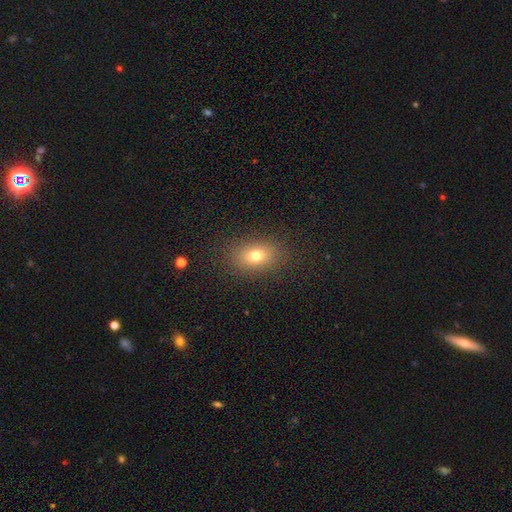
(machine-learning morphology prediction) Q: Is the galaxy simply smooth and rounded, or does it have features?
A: smooth — 74%.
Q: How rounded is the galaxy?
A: in between — 71%.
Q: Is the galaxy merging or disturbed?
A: none — 86%.